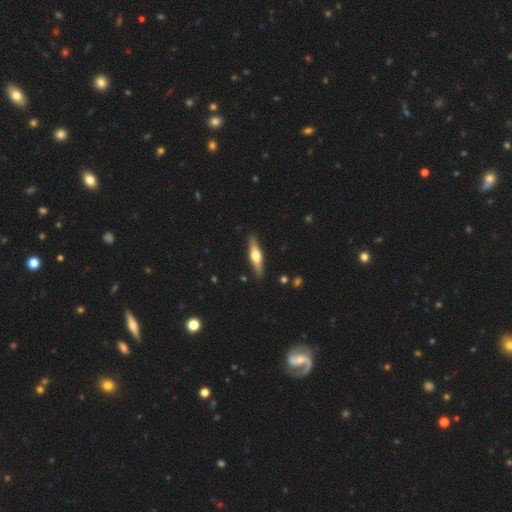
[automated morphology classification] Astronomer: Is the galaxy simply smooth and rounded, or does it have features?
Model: featured or disk — 64%.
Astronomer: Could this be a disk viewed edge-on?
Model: yes — 96%.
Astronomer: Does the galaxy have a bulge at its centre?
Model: rounded — 95%.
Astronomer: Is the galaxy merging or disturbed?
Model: none — 90%.